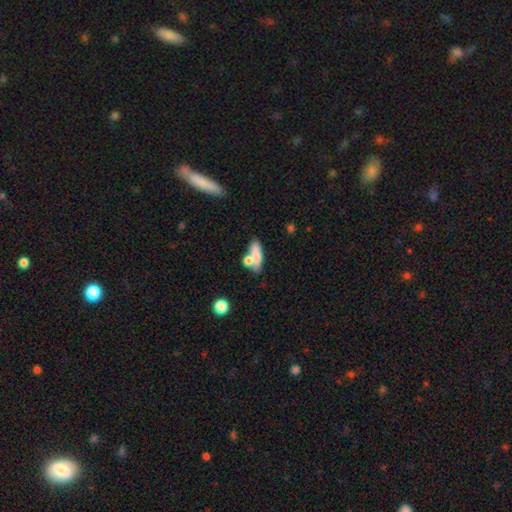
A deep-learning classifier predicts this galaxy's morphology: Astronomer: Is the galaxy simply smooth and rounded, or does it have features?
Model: smooth — 73%.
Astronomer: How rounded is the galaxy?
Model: in between — 54% (runner-up: cigar-shaped, 40%).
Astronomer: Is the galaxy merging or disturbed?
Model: none — 46% (runner-up: merger, 34%).